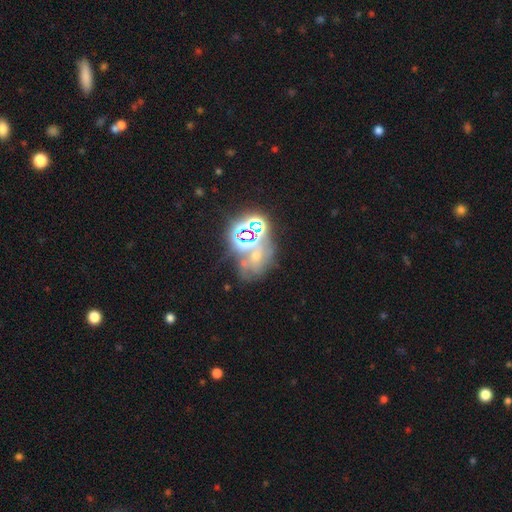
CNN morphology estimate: star or artifact 52%, smooth 25%, featured or disk 23%.